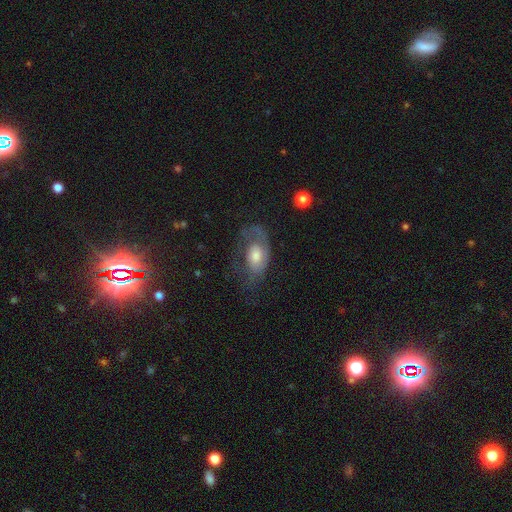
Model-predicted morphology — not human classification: Q: Smooth or featured?
A: featured or disk (54%); runner-up: smooth (37%)
Q: Edge-on disk?
A: no (93%); runner-up: yes (7%)
Q: Bar?
A: no (79%); runner-up: weak (17%)
Q: Spiral arms?
A: yes (65%); runner-up: no (35%)
Q: Bulge size?
A: moderate (55%); runner-up: large (26%)
Q: Merging?
A: none (40%); runner-up: major disturbance (35%)